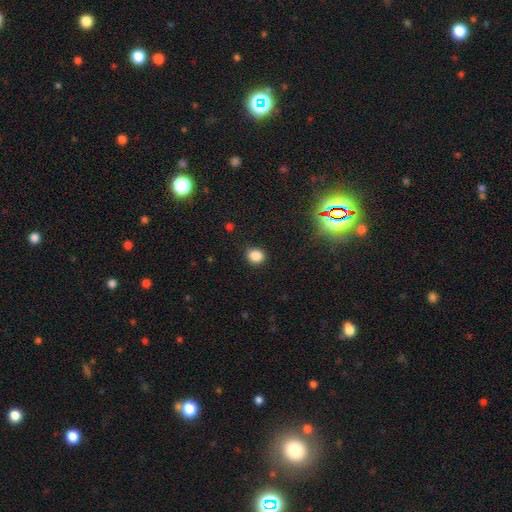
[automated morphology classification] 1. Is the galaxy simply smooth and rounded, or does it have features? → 84% smooth, 13% star or artifact, 4% featured or disk.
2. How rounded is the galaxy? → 72% round, 27% in between, 1% cigar-shaped.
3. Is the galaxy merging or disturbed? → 87% none, 9% minor disturbance, 3% major disturbance, 1% merger.